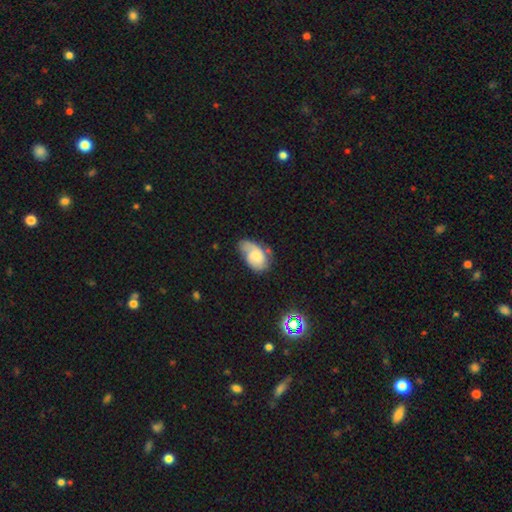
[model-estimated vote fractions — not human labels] smooth-or-featured: smooth: 53% | featured or disk: 38% | star or artifact: 9%
  how-rounded: in between: 89% | round: 9% | cigar-shaped: 2%
  merging: none: 38% | minor disturbance: 37% | major disturbance: 20% | merger: 5%